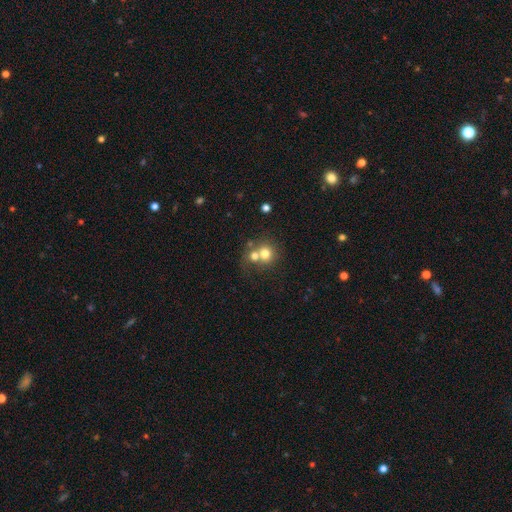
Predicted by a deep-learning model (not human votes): Smooth or featured: smooth — 68% (featured or disk — 18%)
How rounded: round — 83% (in between — 16%)
Merging: merger — 53% (none — 35%)